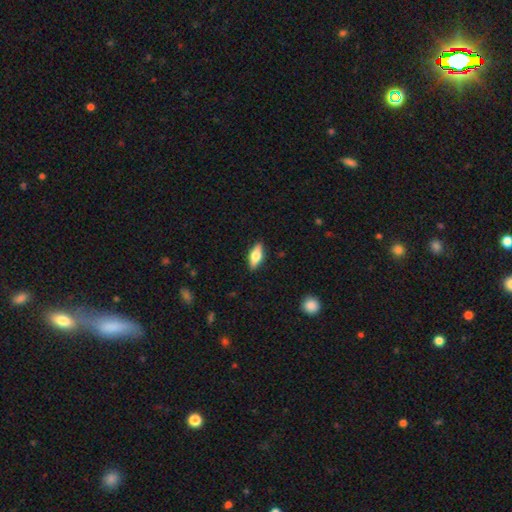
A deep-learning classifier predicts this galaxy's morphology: smooth-or-featured: smooth: 57% | featured or disk: 36% | star or artifact: 6%
  how-rounded: in between: 68% | cigar-shaped: 29% | round: 3%
  merging: none: 88% | minor disturbance: 9% | major disturbance: 2% | merger: 1%